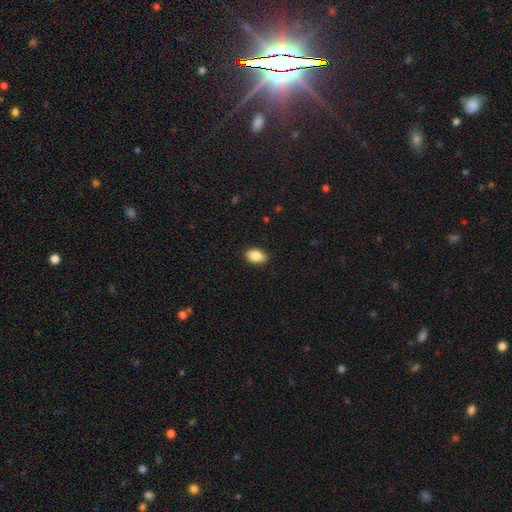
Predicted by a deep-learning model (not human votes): Overall: smooth (87%). How rounded: in between (90%). Merging: none (87%).